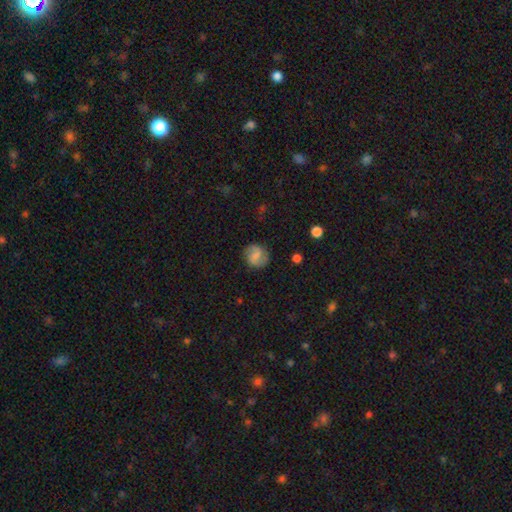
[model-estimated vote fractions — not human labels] Smooth or featured? Predicted: smooth (p=0.50). How rounded? Predicted: round (p=0.81). Merging? Predicted: none (p=0.80).